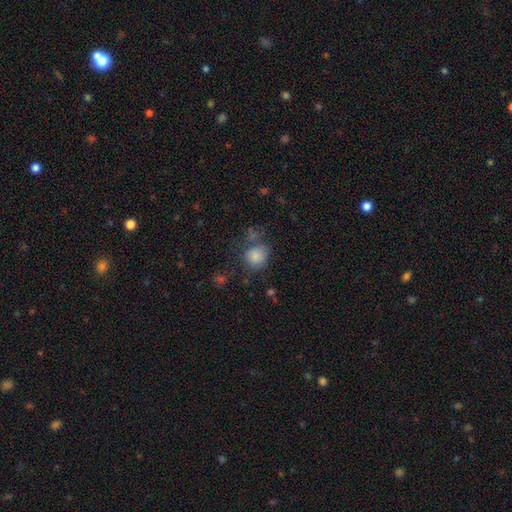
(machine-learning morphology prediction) type=smooth (83%); roundness=round (84%); merging=none (64%).